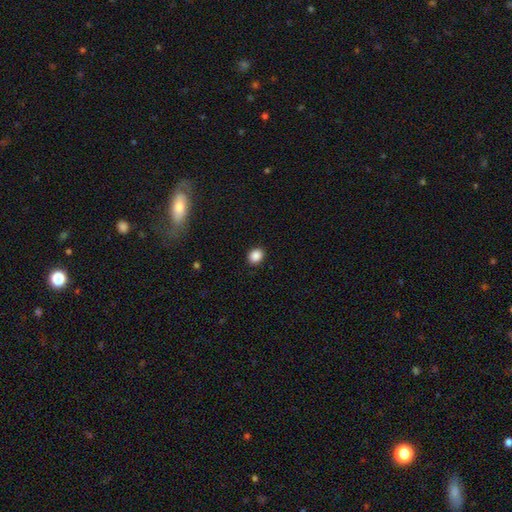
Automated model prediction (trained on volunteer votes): This is clearly a smooth galaxy (88%). How rounded: likely round (61%). Merging: clearly none (91%).